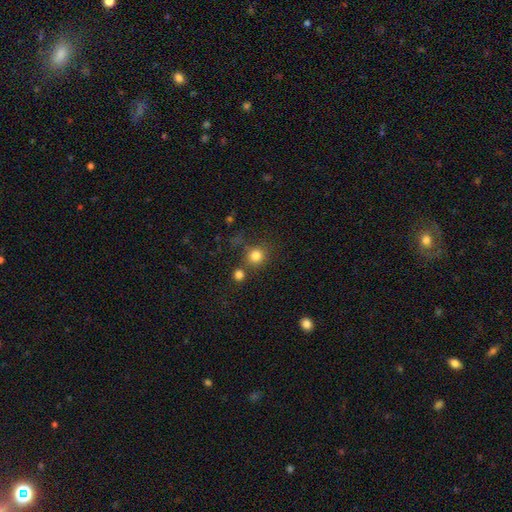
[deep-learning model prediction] Smooth or featured? Predicted: smooth (p=0.81). How rounded? Predicted: round (p=0.89). Merging? Predicted: none (p=0.70).